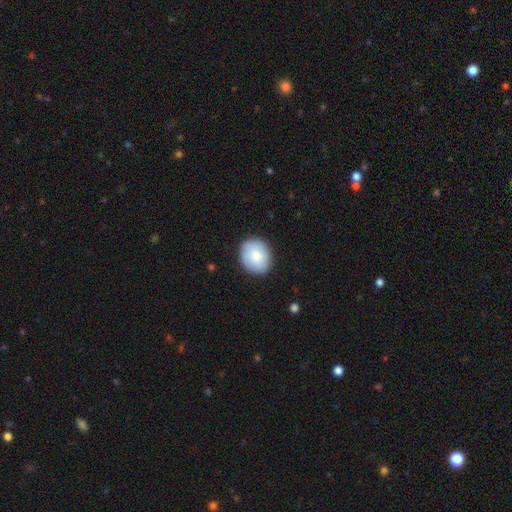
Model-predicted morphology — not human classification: Smooth or featured: smooth — 82% (featured or disk — 11%)
How rounded: round — 61% (in between — 38%)
Merging: none — 86% (minor disturbance — 10%)